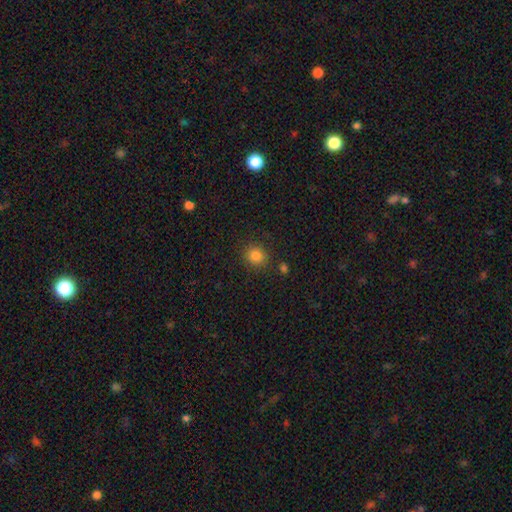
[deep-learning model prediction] Overall: smooth (84%). How rounded: round (82%). Merging: none (85%).